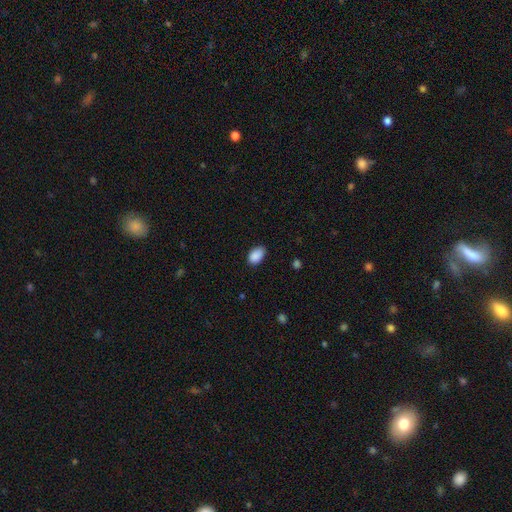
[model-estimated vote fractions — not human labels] A smooth galaxy with no disk features (89%) that is in between round and cigar-shaped (90%). Merging: none (79%).